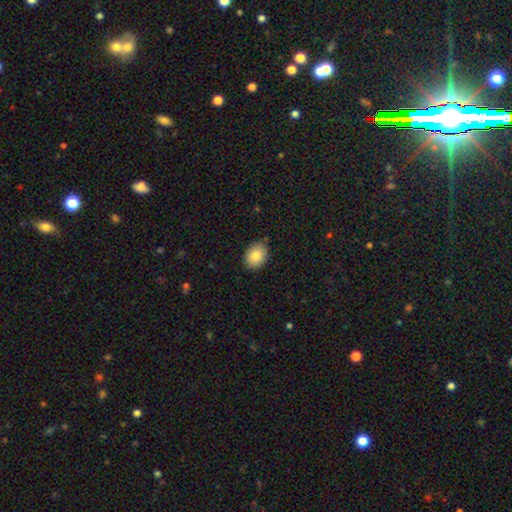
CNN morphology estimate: Smooth or featured? smooth (86%)
How rounded? in between (66%)
Merging? none (84%)